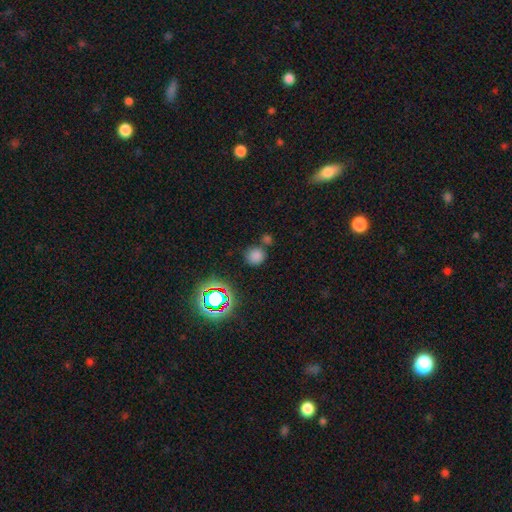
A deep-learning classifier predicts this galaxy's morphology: smooth-or-featured: smooth: 75% | star or artifact: 20% | featured or disk: 6%
  how-rounded: round: 90% | in between: 9% | cigar-shaped: 1%
  merging: none: 73% | merger: 14% | minor disturbance: 10% | major disturbance: 4%